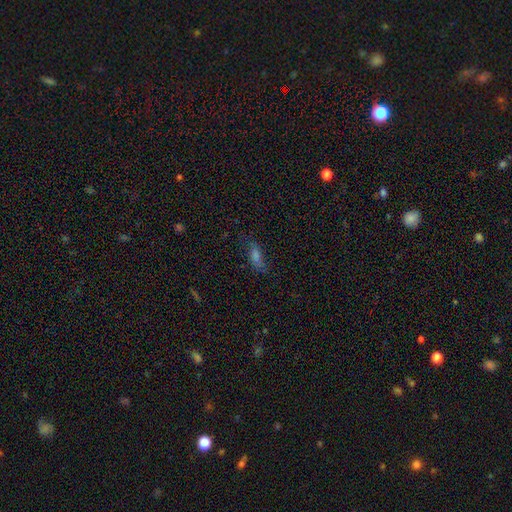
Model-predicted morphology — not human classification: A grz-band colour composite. It shows a smooth galaxy with no disk features (47%). Merging: none (66%).